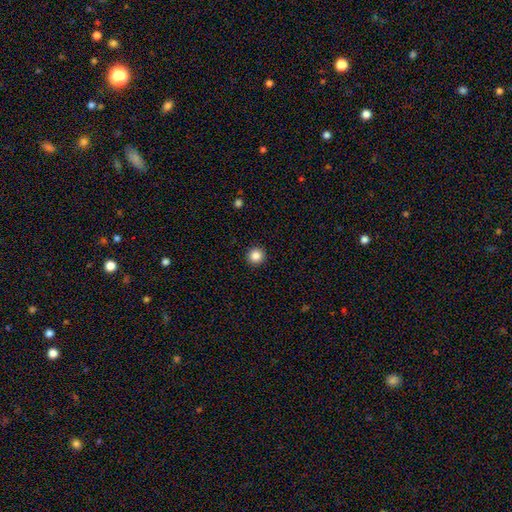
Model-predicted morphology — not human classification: Smooth or featured?
  - smooth: 86% *
  - star or artifact: 10%
  - featured or disk: 4%
How rounded?
  - round: 96% *
  - in between: 3%
  - cigar-shaped: 1%
Merging?
  - none: 93% *
  - minor disturbance: 4%
  - major disturbance: 2%
  - merger: 1%